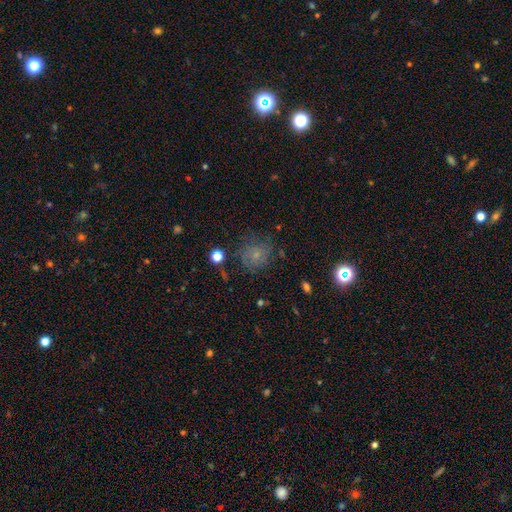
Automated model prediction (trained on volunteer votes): Smooth or featured? Predicted: smooth (p=0.46). Merging? Predicted: none (p=0.71).